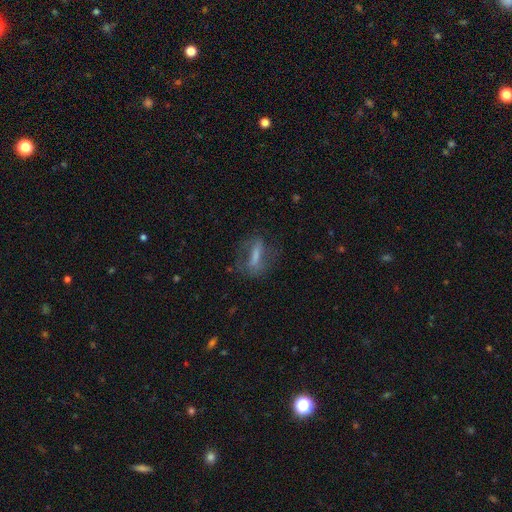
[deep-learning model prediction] Smooth or featured: featured or disk — 45% (smooth — 40%)
Merging: none — 65% (minor disturbance — 18%)